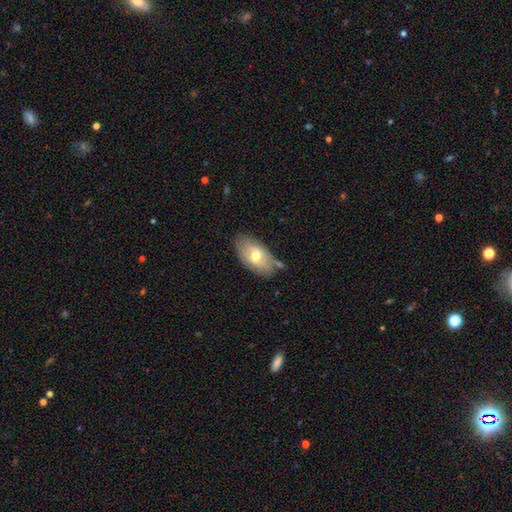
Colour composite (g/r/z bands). It shows a smooth galaxy with no disk features (59%) that is in between round and cigar-shaped (83%). Merging: minor disturbance (49%).